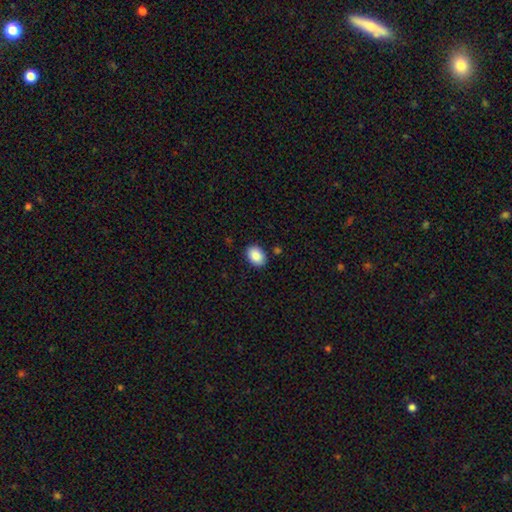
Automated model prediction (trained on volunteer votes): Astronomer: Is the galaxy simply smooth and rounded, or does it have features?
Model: smooth — 88%.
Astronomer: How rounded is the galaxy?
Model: in between — 80%.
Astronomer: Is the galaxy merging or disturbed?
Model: none — 88%.